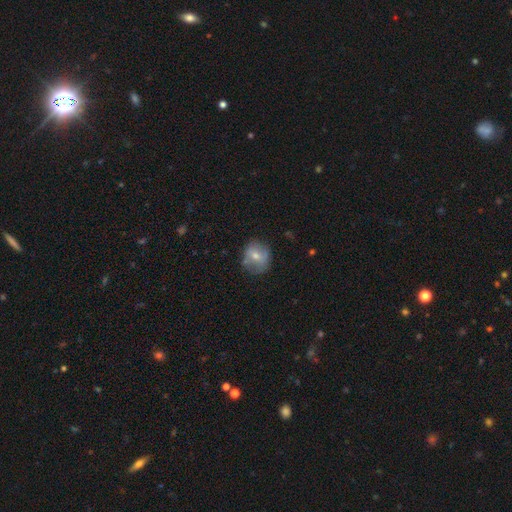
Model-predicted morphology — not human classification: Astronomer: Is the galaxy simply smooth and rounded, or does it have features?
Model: smooth — 51% (runner-up: featured or disk, 39%).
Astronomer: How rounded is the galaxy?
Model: round — 76%.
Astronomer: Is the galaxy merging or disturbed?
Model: none — 74%.